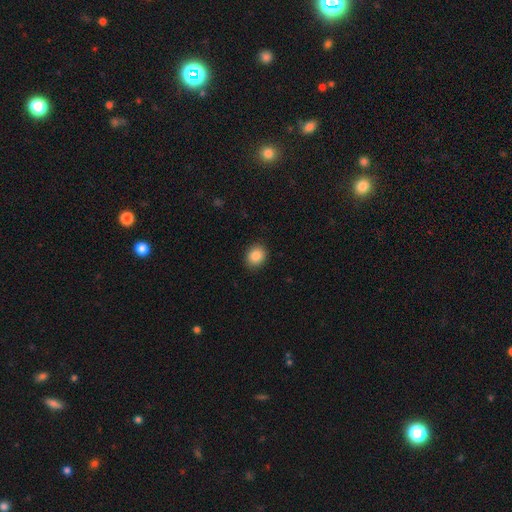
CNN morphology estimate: A smooth galaxy with no disk features (87%) that is round (68%). Merging: none (90%).